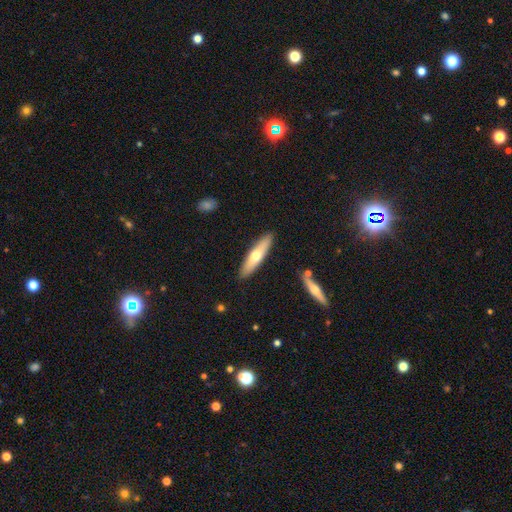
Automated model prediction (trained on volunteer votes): Q: Smooth or featured?
A: smooth (54%); runner-up: featured or disk (40%)
Q: How rounded?
A: cigar-shaped (75%); runner-up: in between (23%)
Q: Merging?
A: none (89%); runner-up: minor disturbance (8%)